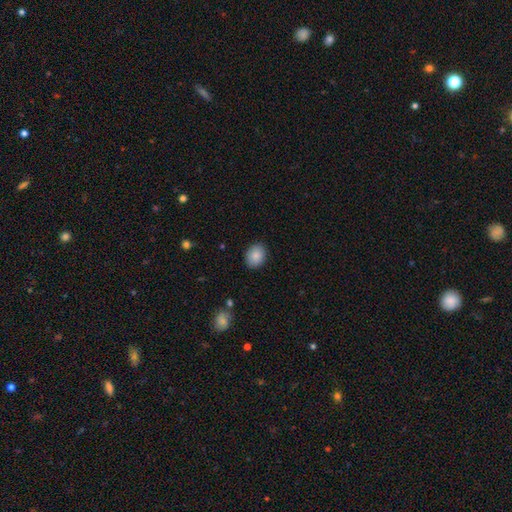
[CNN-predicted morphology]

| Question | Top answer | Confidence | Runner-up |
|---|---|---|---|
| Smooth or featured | smooth | 87% | star or artifact (8%) |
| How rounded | in between | 53% | round (46%) |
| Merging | none | 88% | minor disturbance (9%) |